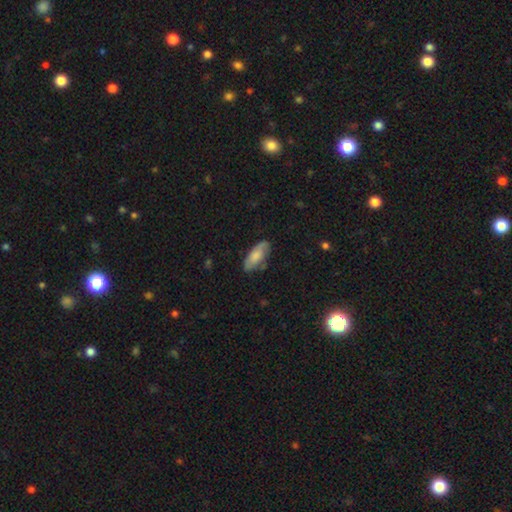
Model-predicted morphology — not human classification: A smooth galaxy with no disk features (70%) that is in between round and cigar-shaped (85%). Merging: none (73%).